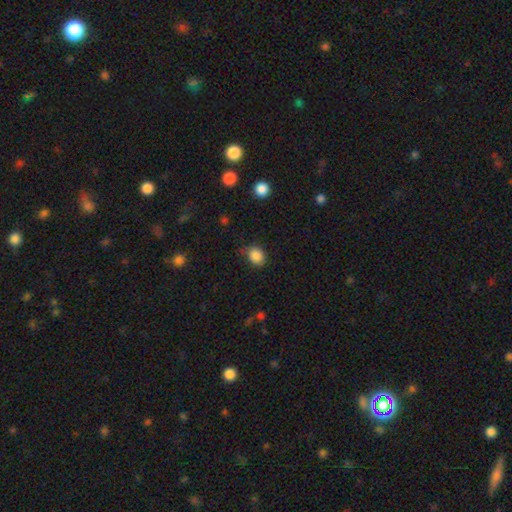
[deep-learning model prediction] A smooth galaxy with no disk features (86%) that is in between round and cigar-shaped (51%). Merging: none (70%).